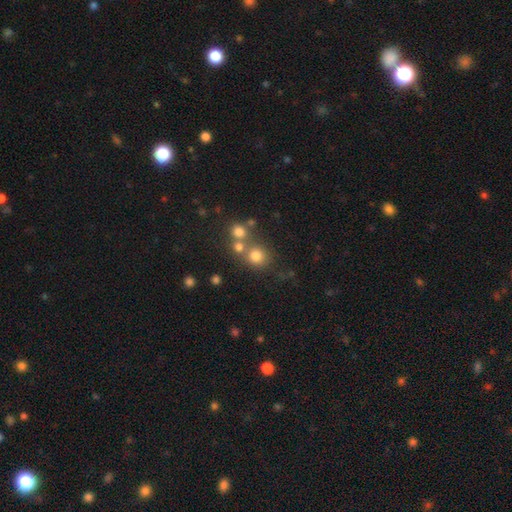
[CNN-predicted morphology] Q: Smooth or featured?
A: smooth (75%); runner-up: star or artifact (15%)
Q: How rounded?
A: round (87%); runner-up: in between (12%)
Q: Merging?
A: none (58%); runner-up: merger (30%)